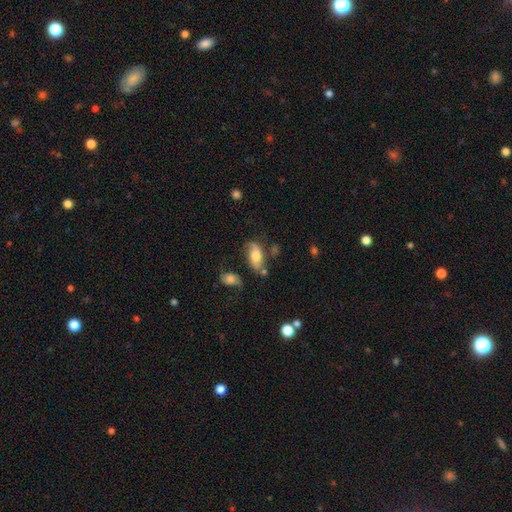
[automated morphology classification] This appears to be a smooth galaxy with no disk features (56%) that is in between round and cigar-shaped (88%). Merging: none (52%).